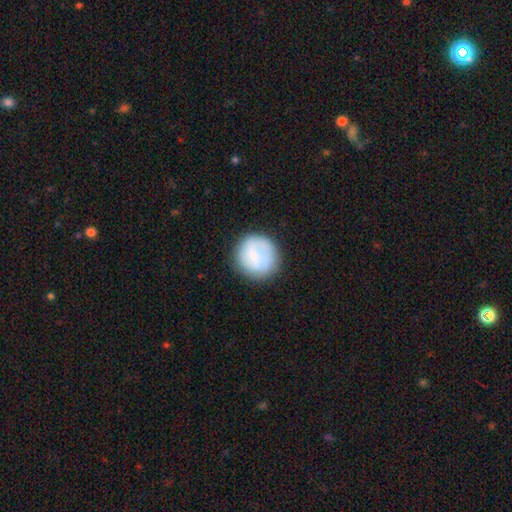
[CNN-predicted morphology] A smooth galaxy with no disk features (72%) that is round (91%). Merging: none (77%).